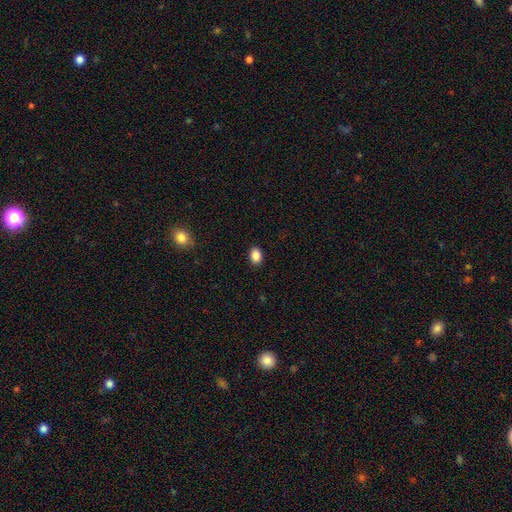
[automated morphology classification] smooth 87%, star or artifact 9%, featured or disk 4%. Down the decision tree: how rounded — in between (70%); merging — none (90%).